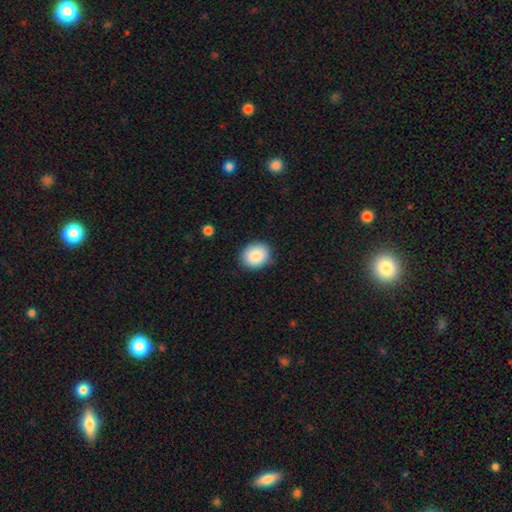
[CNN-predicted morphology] This is clearly a smooth galaxy (87%). How rounded: possibly round (58%). Merging: clearly none (85%).